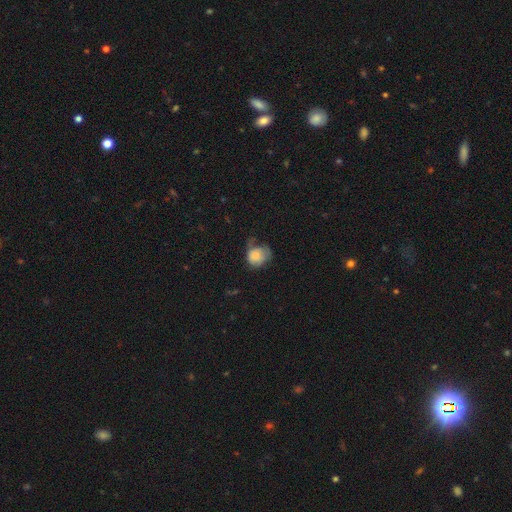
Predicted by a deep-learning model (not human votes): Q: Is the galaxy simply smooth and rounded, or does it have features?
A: smooth — 77%.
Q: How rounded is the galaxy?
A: round — 57%.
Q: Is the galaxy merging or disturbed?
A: minor disturbance — 36%.